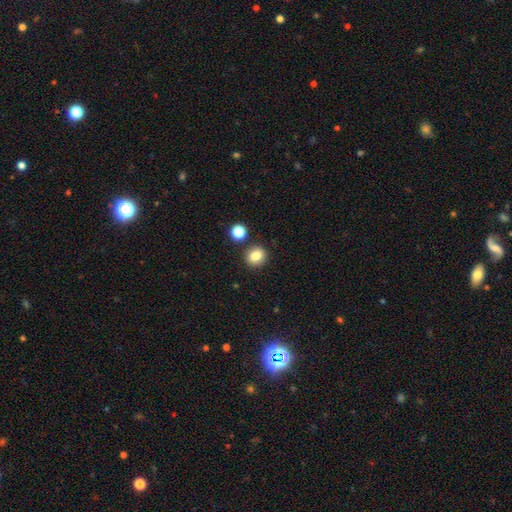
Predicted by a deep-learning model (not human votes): Smooth or featured?
  - smooth: 83% *
  - star or artifact: 11%
  - featured or disk: 6%
How rounded?
  - round: 77% *
  - in between: 22%
  - cigar-shaped: 1%
Merging?
  - none: 84% *
  - minor disturbance: 8%
  - merger: 6%
  - major disturbance: 2%